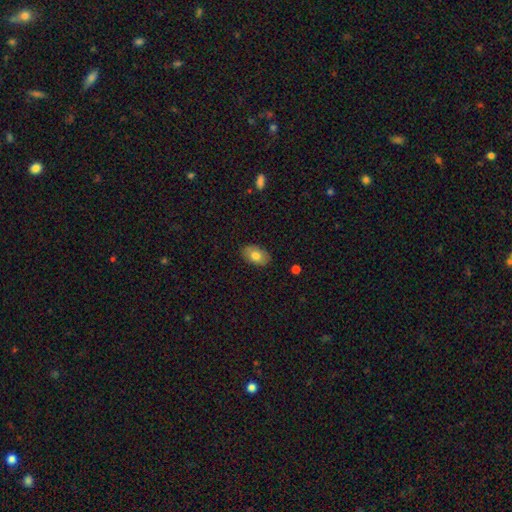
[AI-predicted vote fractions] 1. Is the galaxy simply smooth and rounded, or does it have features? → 78% smooth, 15% featured or disk, 7% star or artifact.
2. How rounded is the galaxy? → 90% in between, 9% round, 1% cigar-shaped.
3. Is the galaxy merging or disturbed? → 87% none, 10% minor disturbance, 2% major disturbance, 1% merger.